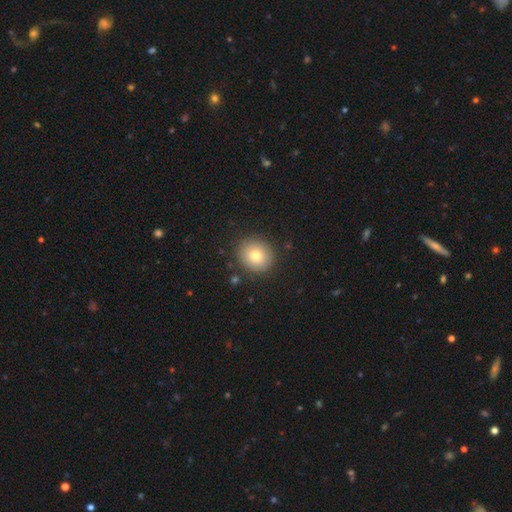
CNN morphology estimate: A smooth galaxy with no disk features (77%) that is round (86%).

Vote fractions:
- Smooth or featured? smooth: 77% / featured or disk: 12% / star or artifact: 11%
- How rounded? round: 86% / in between: 13% / cigar-shaped: 1%
- Merging? none: 88% / minor disturbance: 8% / major disturbance: 3% / merger: 2%